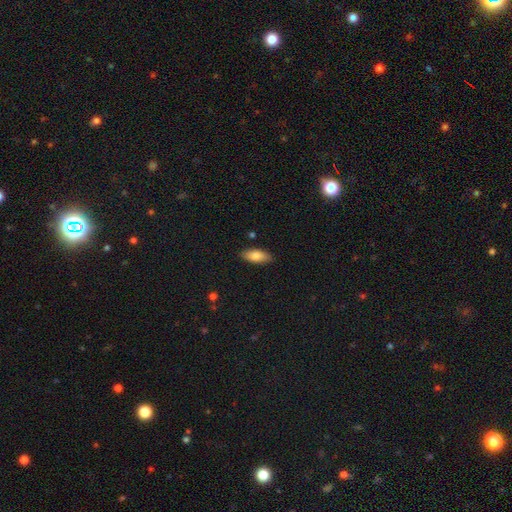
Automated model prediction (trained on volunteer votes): This appears to be a smooth galaxy with no disk features (83%) that is in between round and cigar-shaped (84%). Merging: none (86%).